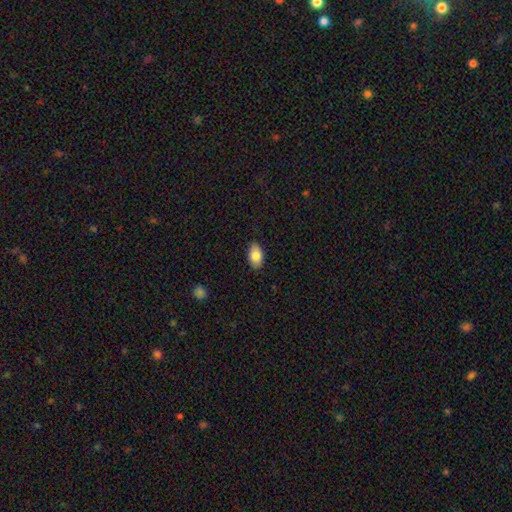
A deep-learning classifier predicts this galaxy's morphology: Smooth or featured? smooth (84%)
How rounded? in between (93%)
Merging? none (87%)